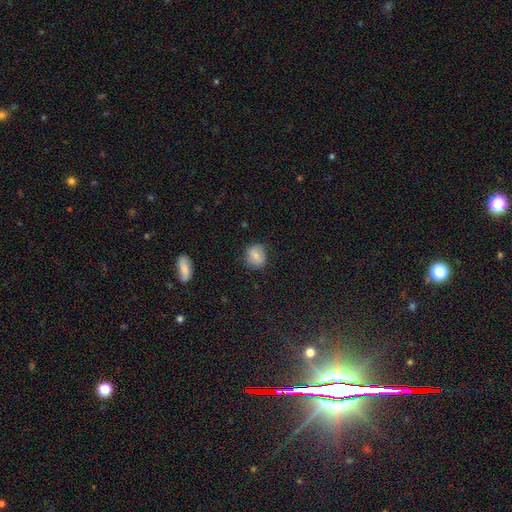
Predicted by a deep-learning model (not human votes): This is likely a smooth galaxy (80%). How rounded: likely round (75%). Merging: likely none (78%).